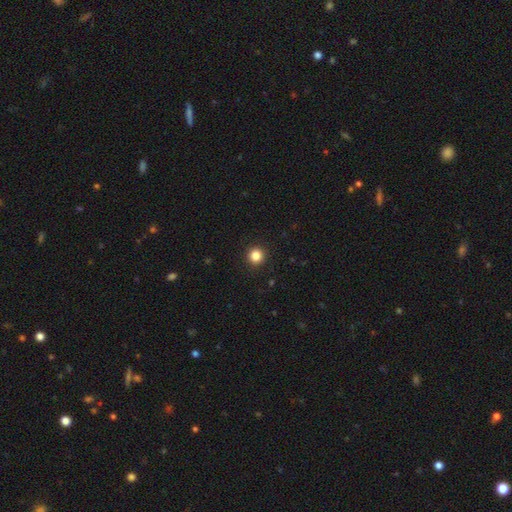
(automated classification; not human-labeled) The model was most divided on "smooth or featured": smooth: 84%, star or artifact: 12%, featured or disk: 4%. More confident: how rounded — round (95%); merging — none (93%).